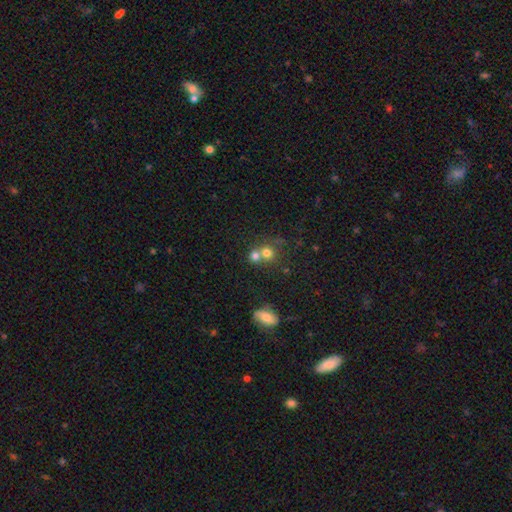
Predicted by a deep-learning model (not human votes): The model was most divided on "merging": merger: 52%, none: 39%, minor disturbance: 6%, major disturbance: 3%. More confident: how rounded — round (82%); smooth or featured — smooth (72%).